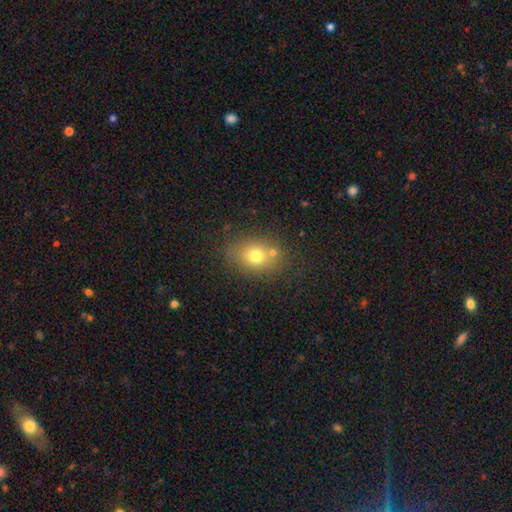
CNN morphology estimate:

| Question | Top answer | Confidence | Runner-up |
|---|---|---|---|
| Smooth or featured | smooth | 71% | featured or disk (15%) |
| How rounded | in between | 52% | round (47%) |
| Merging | none | 69% | minor disturbance (13%) |